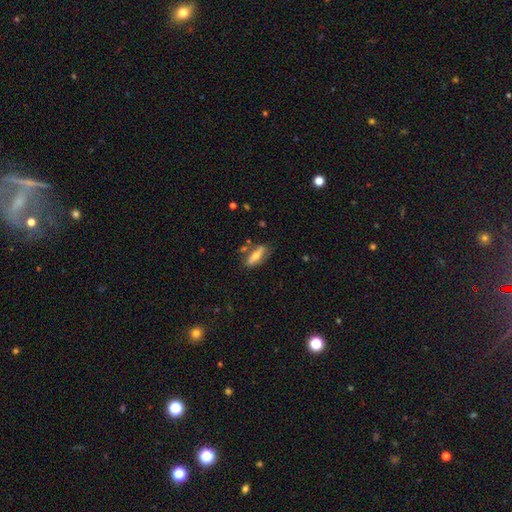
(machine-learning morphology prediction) Smooth or featured?
  - smooth: 51% *
  - featured or disk: 43%
  - star or artifact: 7%
How rounded?
  - in between: 54% *
  - cigar-shaped: 42%
  - round: 3%
Merging?
  - none: 70% *
  - minor disturbance: 18%
  - major disturbance: 6%
  - merger: 6%